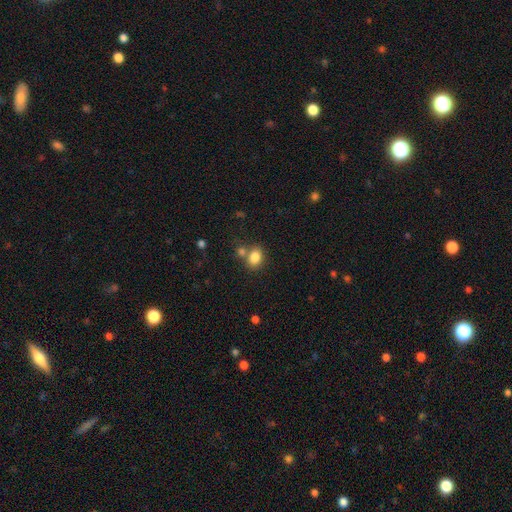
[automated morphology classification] Smooth or featured? Predicted: smooth (p=0.84). How rounded? Predicted: in between (p=0.64). Merging? Predicted: none (p=0.61).